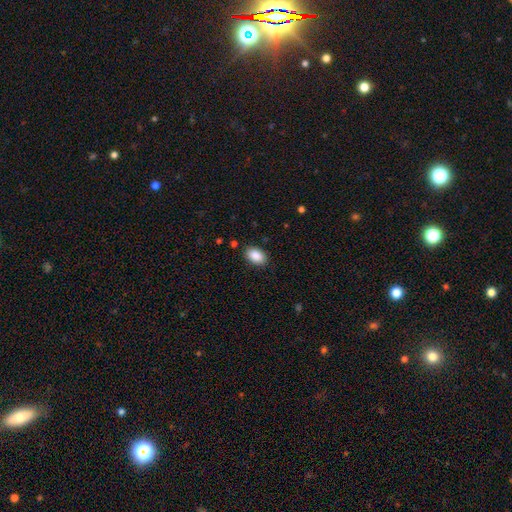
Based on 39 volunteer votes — Smooth or featured?
  - smooth: 87% *
  - star or artifact: 10%
  - featured or disk: 3%
How rounded?
  - in between: 94% *
  - round: 6%
  - cigar-shaped: 0%
Merging?
  - none: 86% *
  - minor disturbance: 9%
  - major disturbance: 3%
  - merger: 3%